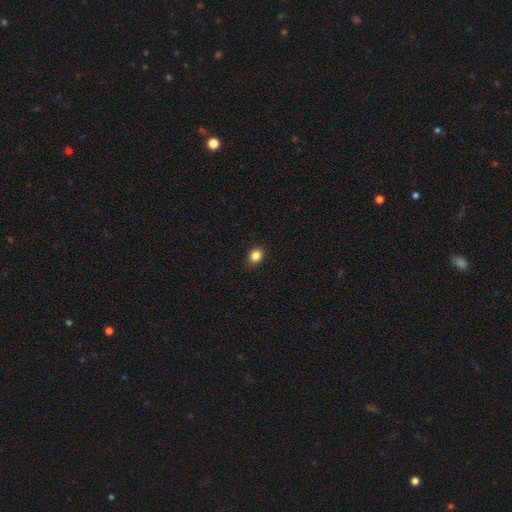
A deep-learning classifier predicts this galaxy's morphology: This is clearly a smooth galaxy (86%). How rounded: possibly round (51%). Merging: clearly none (90%).